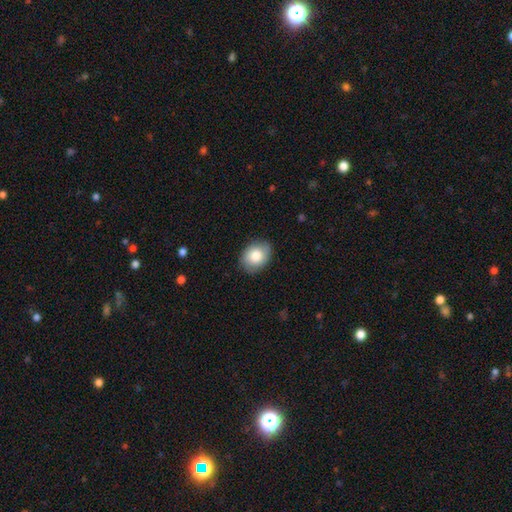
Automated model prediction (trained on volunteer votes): Q: Smooth or featured?
A: smooth (81%); runner-up: featured or disk (12%)
Q: How rounded?
A: in between (67%); runner-up: round (32%)
Q: Merging?
A: none (85%); runner-up: minor disturbance (12%)